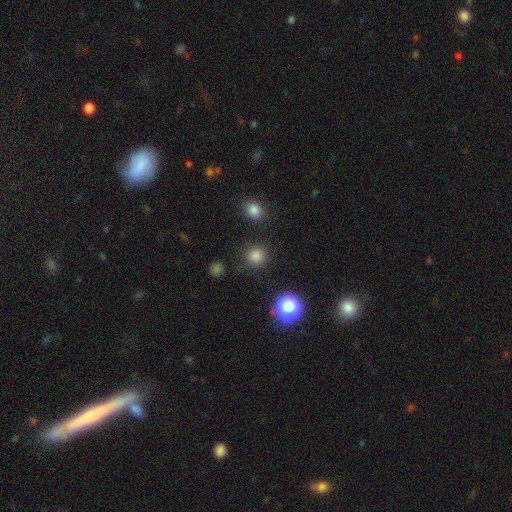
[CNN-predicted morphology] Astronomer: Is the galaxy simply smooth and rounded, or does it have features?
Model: smooth — 79%.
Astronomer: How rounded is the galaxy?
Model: round — 93%.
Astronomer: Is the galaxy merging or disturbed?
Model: none — 88%.